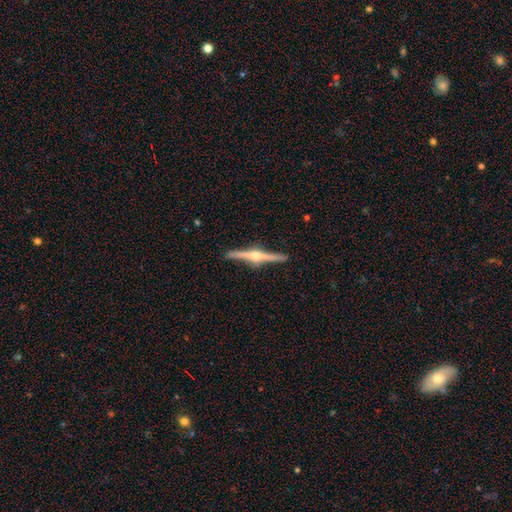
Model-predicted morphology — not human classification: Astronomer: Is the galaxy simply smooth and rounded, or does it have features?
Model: featured or disk — 85%.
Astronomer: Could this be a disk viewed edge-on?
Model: yes — 98%.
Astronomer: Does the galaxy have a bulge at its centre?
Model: rounded — 94%.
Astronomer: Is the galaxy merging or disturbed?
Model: none — 90%.